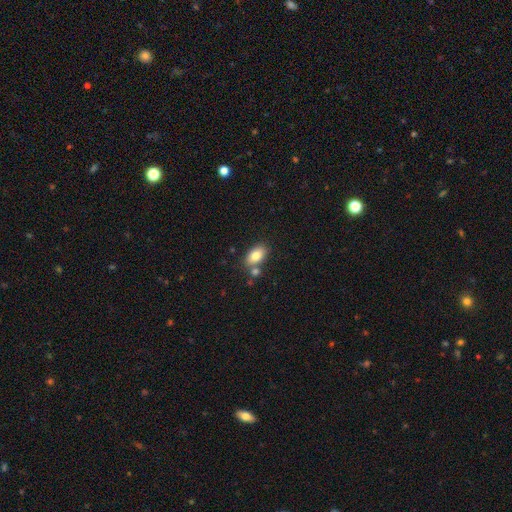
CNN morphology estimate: A smooth galaxy with no disk features (81%) that is in between round and cigar-shaped (89%). Merging: none (66%).